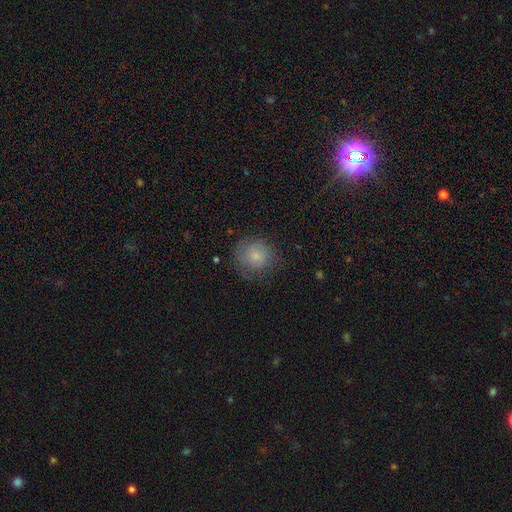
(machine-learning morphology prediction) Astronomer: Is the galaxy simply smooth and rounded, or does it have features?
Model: smooth — 73%.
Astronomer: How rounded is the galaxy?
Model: round — 88%.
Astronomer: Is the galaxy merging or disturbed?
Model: none — 72%.